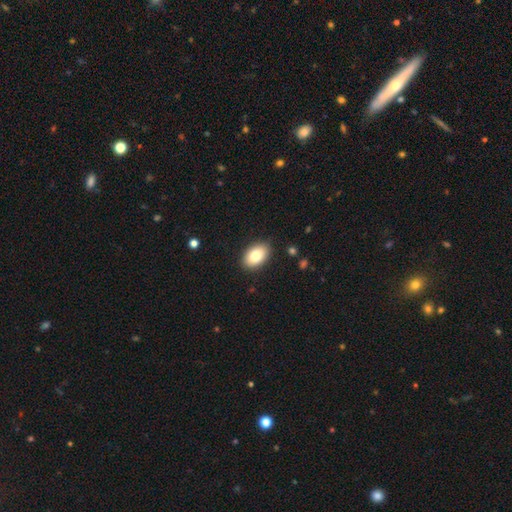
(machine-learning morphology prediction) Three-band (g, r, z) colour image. It shows a smooth galaxy with no disk features (82%) that is in between round and cigar-shaped (89%). Merging: none (88%).